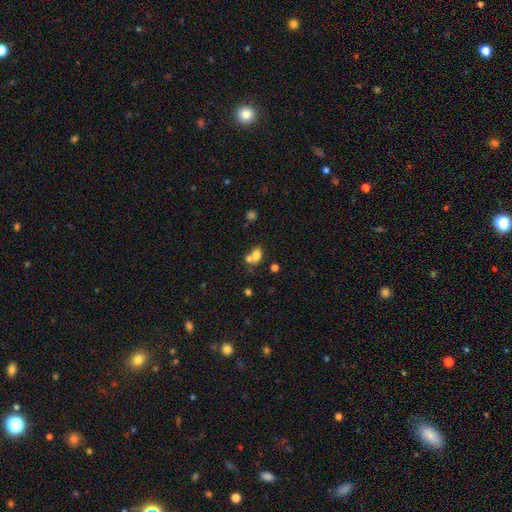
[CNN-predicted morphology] Overall: smooth (73%). How rounded: in between (63%; round 35%). Merging: merger (51%; none 35%).